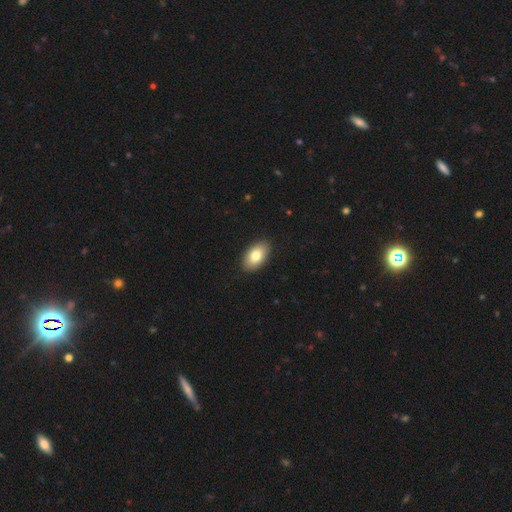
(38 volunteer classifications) A smooth galaxy with no disk features (92%) that is in between round and cigar-shaped (97%). Merging: none (95%).